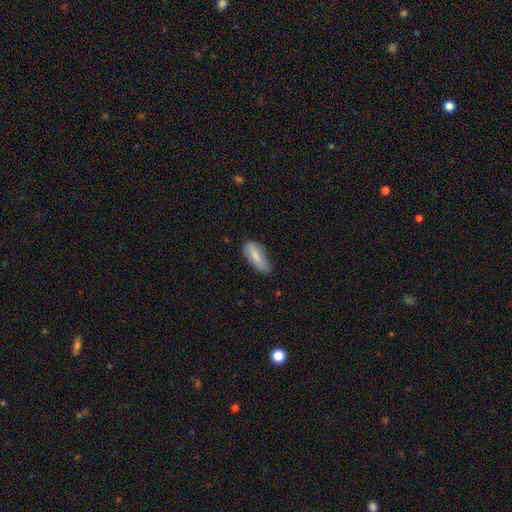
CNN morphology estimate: Smooth or featured? Predicted: smooth (p=0.79). How rounded? Predicted: in between (p=0.72). Merging? Predicted: none (p=0.65).